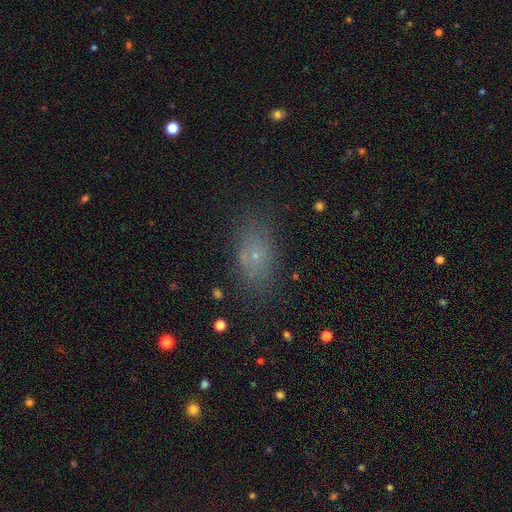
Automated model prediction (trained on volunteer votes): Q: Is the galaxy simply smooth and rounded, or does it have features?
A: smooth — 63%.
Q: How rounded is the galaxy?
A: in between — 81%.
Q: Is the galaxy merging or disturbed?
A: none — 78%.